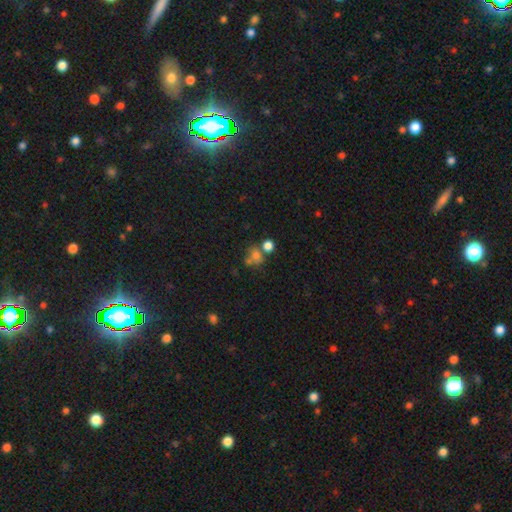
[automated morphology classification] This is likely a smooth galaxy (70%). How rounded: likely round (69%). Merging: possibly none (46%).